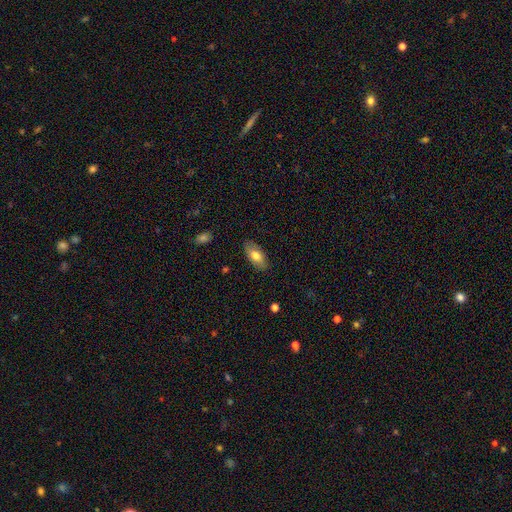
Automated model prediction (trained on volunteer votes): smooth 72%, featured or disk 21%, star or artifact 6%. Down the decision tree: how rounded — in between (90%); merging — none (86%).